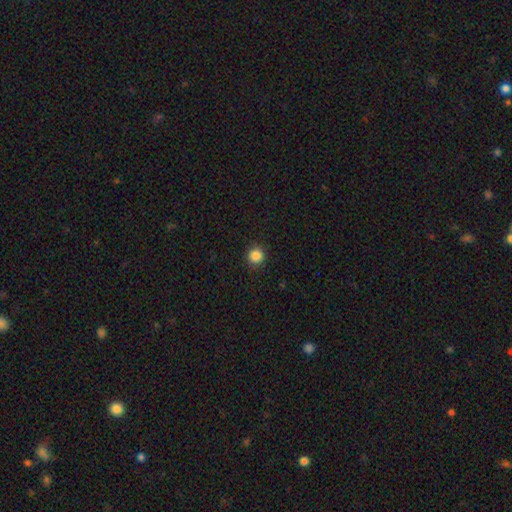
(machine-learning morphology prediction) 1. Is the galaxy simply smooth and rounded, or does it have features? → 86% smooth, 11% star or artifact, 4% featured or disk.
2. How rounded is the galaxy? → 93% round, 6% in between, 1% cigar-shaped.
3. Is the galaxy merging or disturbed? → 91% none, 6% minor disturbance, 2% major disturbance, 1% merger.